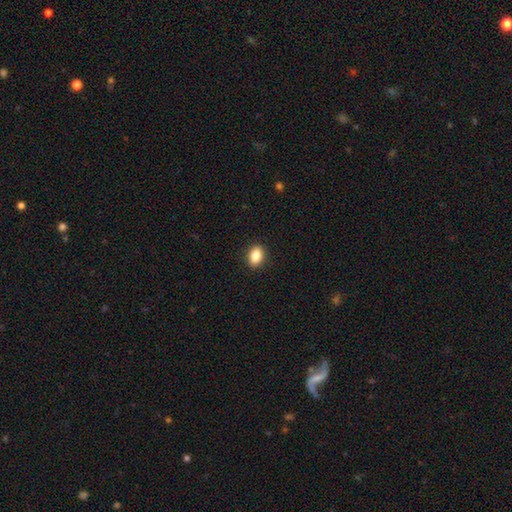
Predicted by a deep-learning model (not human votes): Q: Smooth or featured?
A: smooth (85%); runner-up: star or artifact (9%)
Q: How rounded?
A: in between (80%); runner-up: round (18%)
Q: Merging?
A: none (90%); runner-up: minor disturbance (7%)